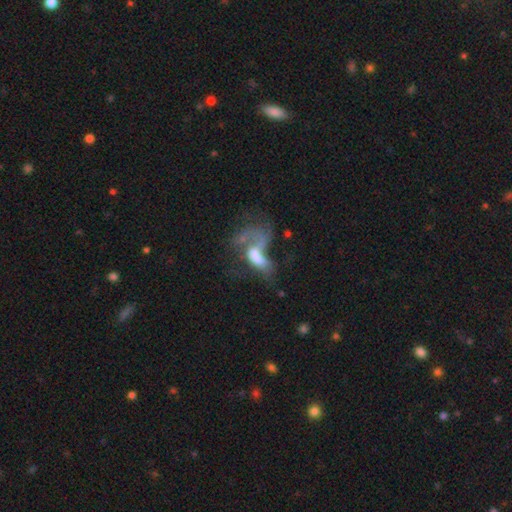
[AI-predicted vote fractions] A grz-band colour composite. It shows a featured or disk galaxy (52%). Merging: major disturbance (41%).